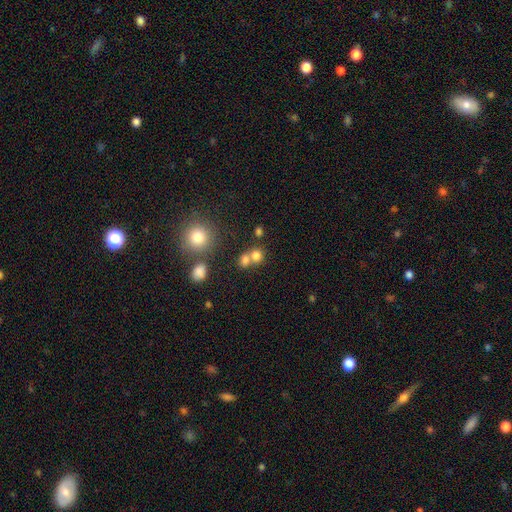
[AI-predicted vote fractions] Smooth or featured?
  - smooth: 76% *
  - star or artifact: 15%
  - featured or disk: 10%
How rounded?
  - round: 79% *
  - in between: 20%
  - cigar-shaped: 1%
Merging?
  - merger: 46% *
  - none: 44%
  - minor disturbance: 7%
  - major disturbance: 4%